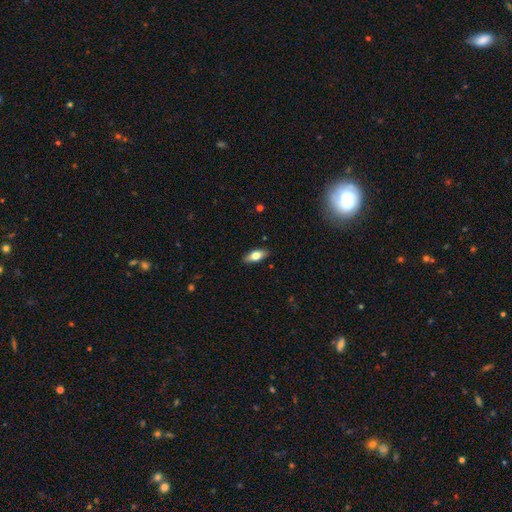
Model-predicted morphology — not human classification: smooth 69%, featured or disk 24%, star or artifact 7%. Down the decision tree: how rounded — in between (77%); merging — none (87%).